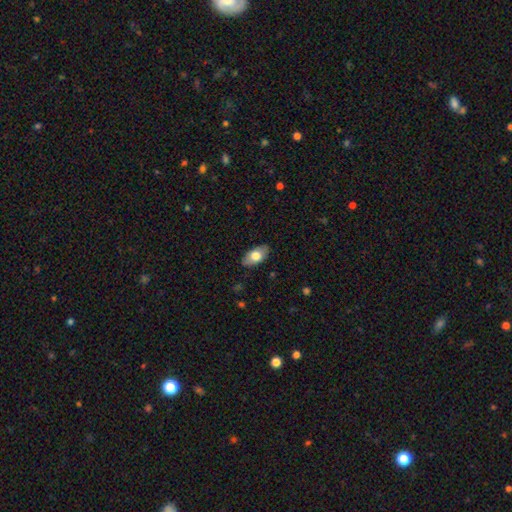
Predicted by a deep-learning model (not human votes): Smooth or featured: smooth — 73% (featured or disk — 21%)
How rounded: in between — 93% (round — 4%)
Merging: none — 86% (minor disturbance — 11%)